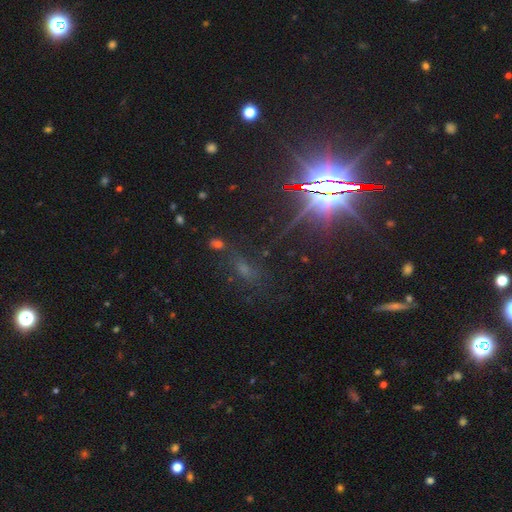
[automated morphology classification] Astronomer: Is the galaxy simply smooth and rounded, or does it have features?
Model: star or artifact — 62%.